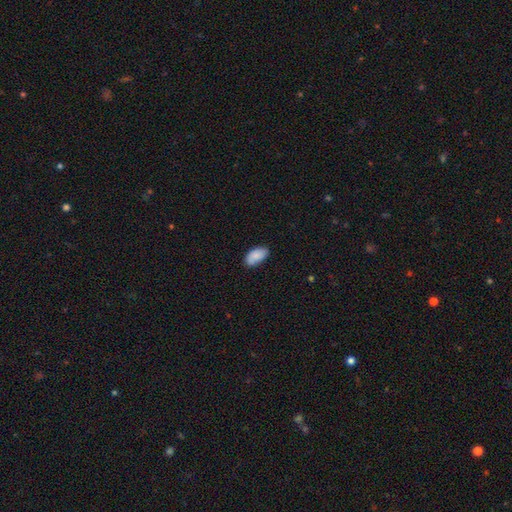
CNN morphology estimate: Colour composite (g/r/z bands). It shows a smooth galaxy with no disk features (83%) that is in between round and cigar-shaped (95%). Merging: none (74%).